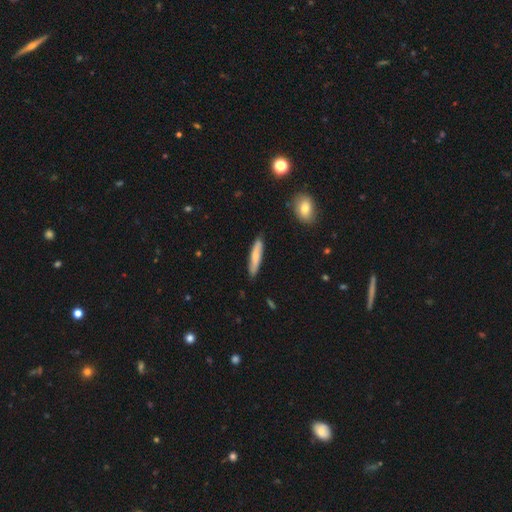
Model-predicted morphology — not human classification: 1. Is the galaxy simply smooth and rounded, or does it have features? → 63% smooth, 31% featured or disk, 6% star or artifact.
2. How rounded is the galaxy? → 83% cigar-shaped, 15% in between, 2% round.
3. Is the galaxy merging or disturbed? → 84% none, 12% minor disturbance, 2% major disturbance, 2% merger.